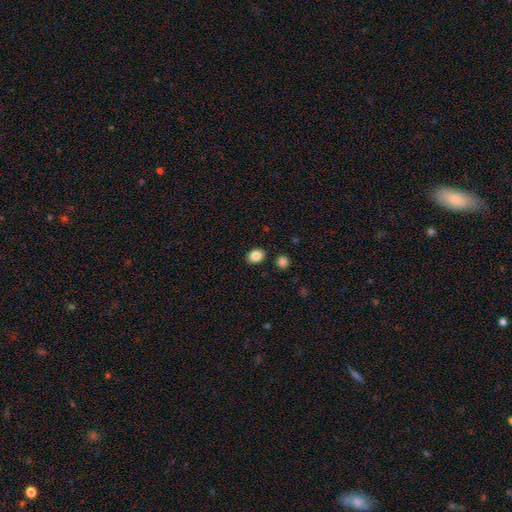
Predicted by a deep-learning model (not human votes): The model was most divided on "how rounded": in between: 57%, round: 42%, cigar-shaped: 1%. More confident: merging — none (87%); smooth or featured — smooth (87%).